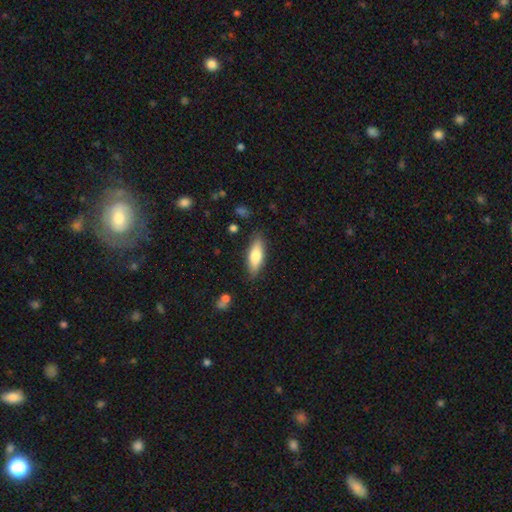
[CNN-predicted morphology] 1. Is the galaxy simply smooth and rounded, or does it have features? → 71% smooth, 23% featured or disk, 6% star or artifact.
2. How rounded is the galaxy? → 62% in between, 35% cigar-shaped, 2% round.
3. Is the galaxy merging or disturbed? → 84% none, 11% minor disturbance, 2% major disturbance, 2% merger.